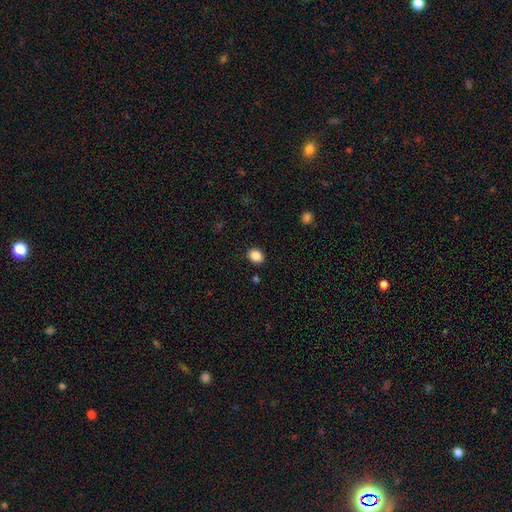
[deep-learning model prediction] Smooth or featured: smooth — 88% (star or artifact — 10%)
How rounded: round — 51% (in between — 48%)
Merging: none — 88% (minor disturbance — 8%)